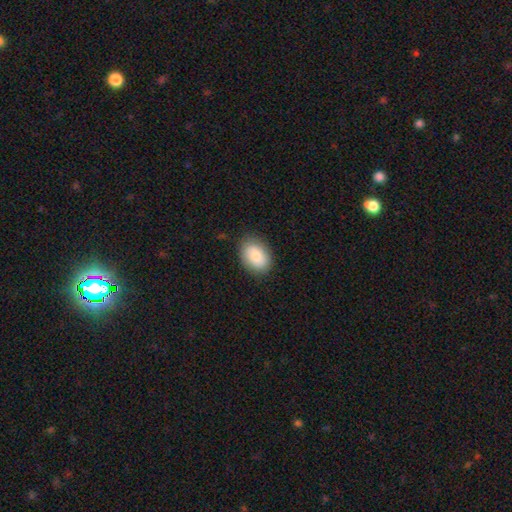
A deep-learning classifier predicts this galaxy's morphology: smooth 82%, featured or disk 11%, star or artifact 7%. Down the decision tree: how rounded — in between (78%); merging — none (85%).